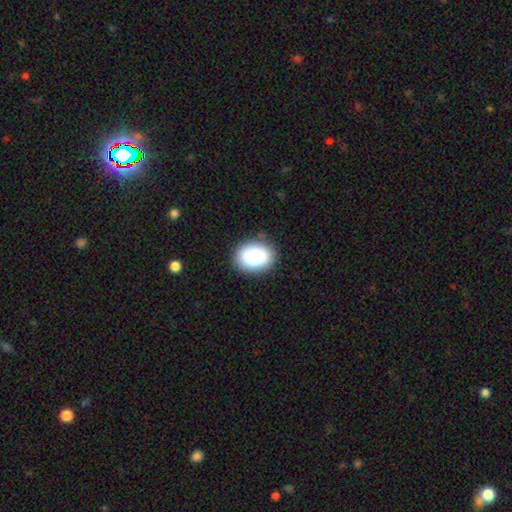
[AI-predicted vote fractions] Smooth or featured: smooth — 85% (featured or disk — 7%)
How rounded: in between — 66% (round — 33%)
Merging: none — 84% (minor disturbance — 11%)